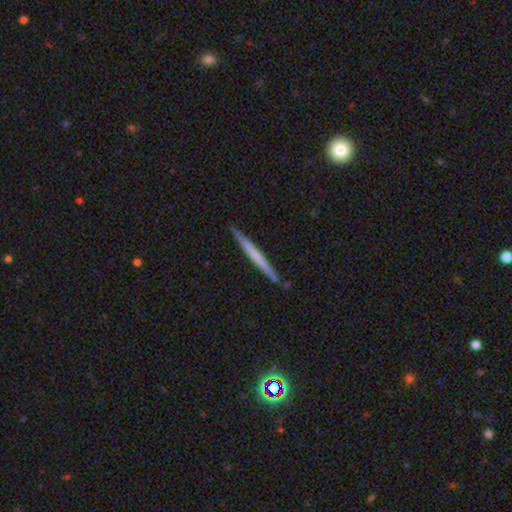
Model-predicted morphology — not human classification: This appears to be a smooth galaxy with no disk features (50%). Merging: none (90%).